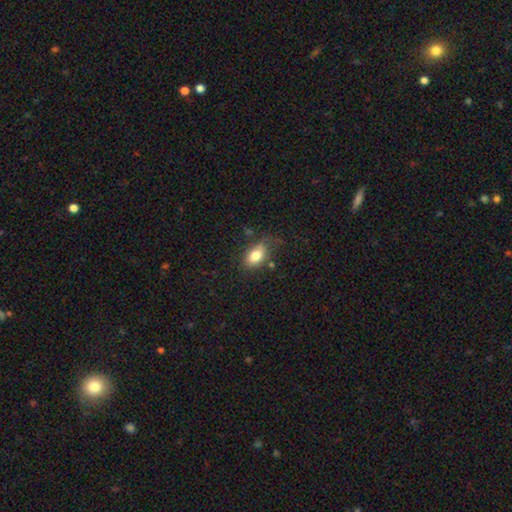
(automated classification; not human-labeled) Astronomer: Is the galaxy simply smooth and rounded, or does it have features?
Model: smooth — 80%.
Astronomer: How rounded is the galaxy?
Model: in between — 85%.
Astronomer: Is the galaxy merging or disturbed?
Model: none — 64%.